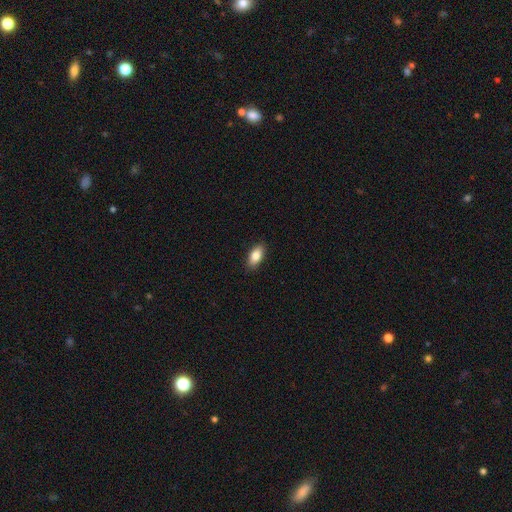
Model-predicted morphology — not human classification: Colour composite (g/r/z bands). It shows a smooth galaxy with no disk features (84%) that is in between round and cigar-shaped (89%). Merging: none (89%).